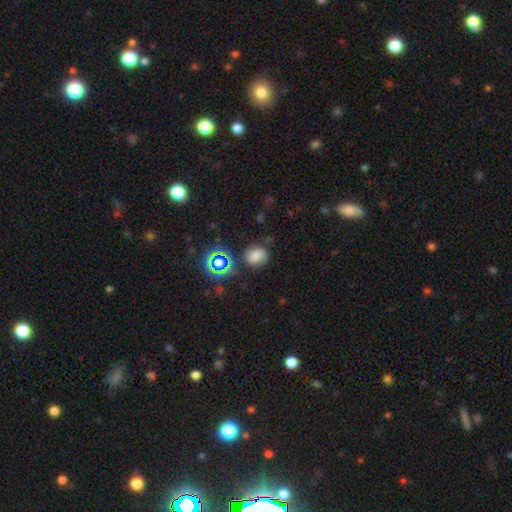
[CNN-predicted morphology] This is likely a smooth galaxy (66%). How rounded: likely round (66%). Merging: likely none (70%).